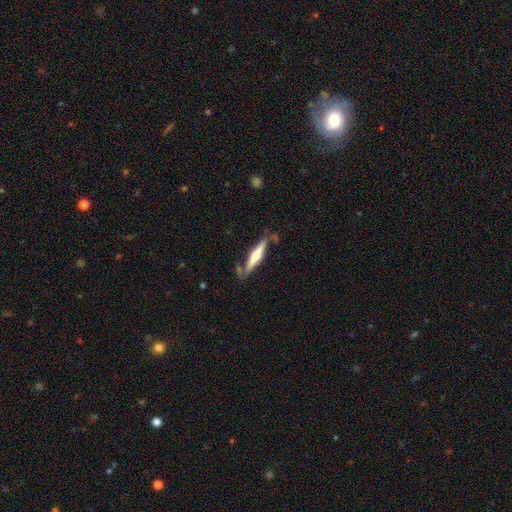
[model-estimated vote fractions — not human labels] featured or disk 59%, smooth 36%, star or artifact 5%. Down the decision tree: edge-on disk — yes (95%); edge-on bulge — rounded (86%); merging — none (73%).